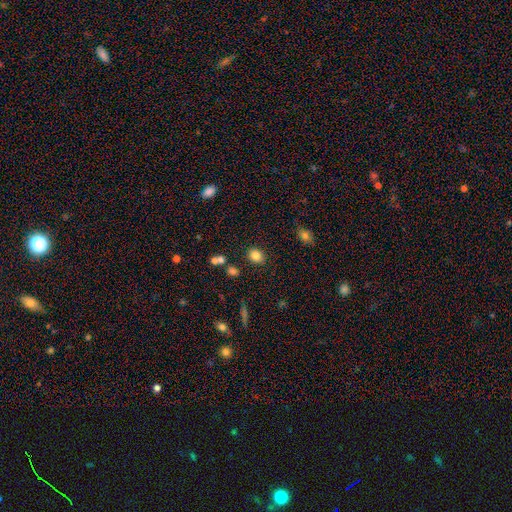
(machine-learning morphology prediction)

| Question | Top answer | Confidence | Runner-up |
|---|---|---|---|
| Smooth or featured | smooth | 83% | star or artifact (11%) |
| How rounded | round | 60% | in between (39%) |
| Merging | none | 86% | minor disturbance (8%) |